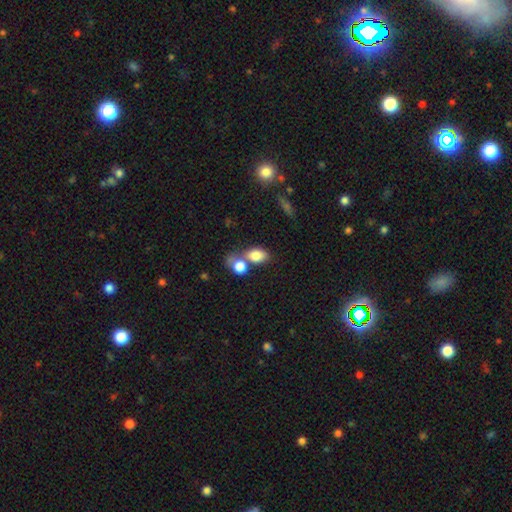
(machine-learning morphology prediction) A smooth galaxy with no disk features (80%) that is in between round and cigar-shaped (76%). Merging: merger (48%).